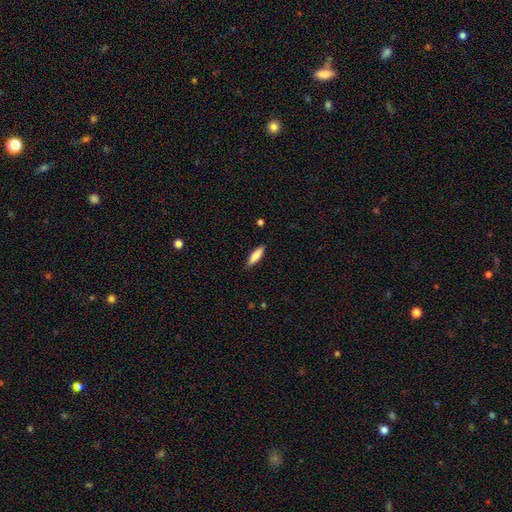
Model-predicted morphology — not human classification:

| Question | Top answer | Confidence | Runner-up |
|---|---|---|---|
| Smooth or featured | smooth | 82% | featured or disk (12%) |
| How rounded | cigar-shaped | 63% | in between (36%) |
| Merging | none | 88% | minor disturbance (9%) |